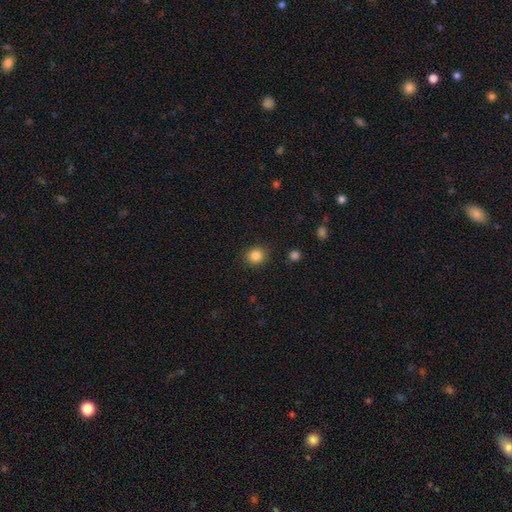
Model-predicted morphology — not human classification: Overall: smooth (85%). How rounded: round (82%). Merging: none (88%).